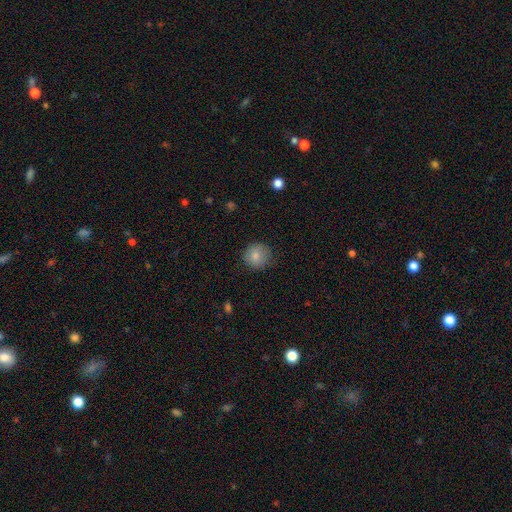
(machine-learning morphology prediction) type=smooth (83%); roundness=round (90%); merging=none (81%).